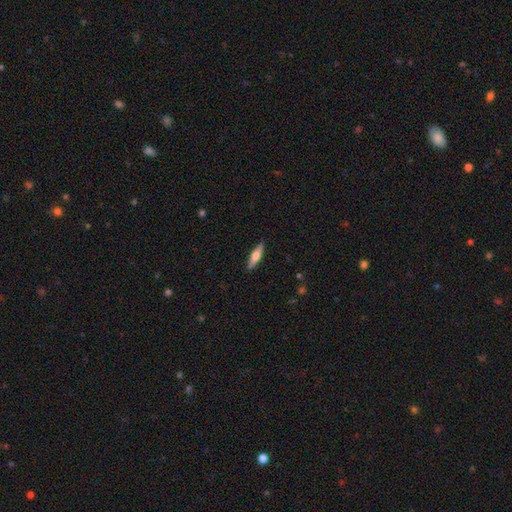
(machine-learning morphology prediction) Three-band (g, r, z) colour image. It shows a smooth galaxy with no disk features (53%) that is cigar-shaped (74%). Merging: none (89%).